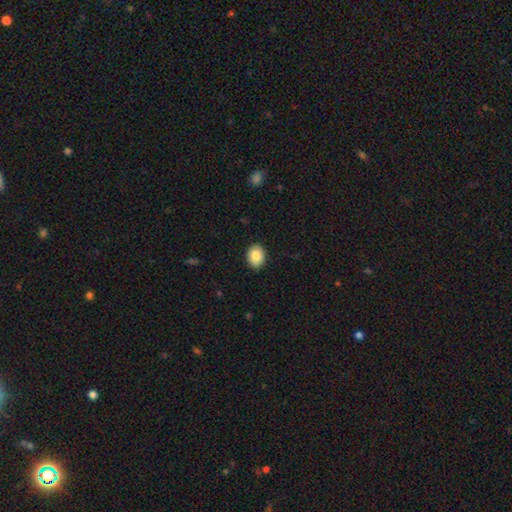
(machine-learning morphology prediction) smooth 84%, featured or disk 8%, star or artifact 8%. Down the decision tree: how rounded — in between (61%); merging — none (89%).